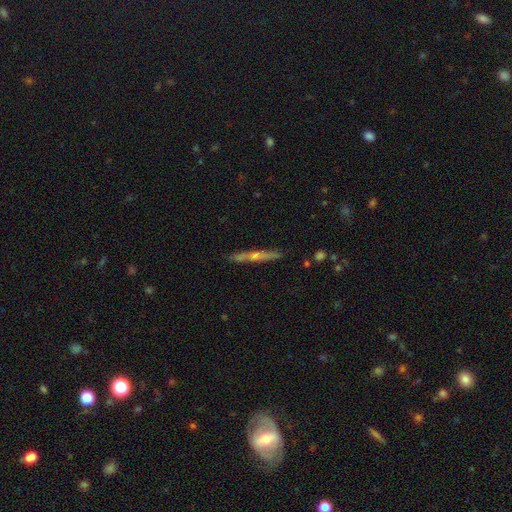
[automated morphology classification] smooth-or-featured: featured or disk: 62% | smooth: 31% | star or artifact: 7%
  disk-edge-on: yes: 95% | no: 5%
    edge-on-bulge: rounded: 64% | none: 32% | boxy: 4%
  merging: none: 85% | minor disturbance: 11% | merger: 2% | major disturbance: 2%